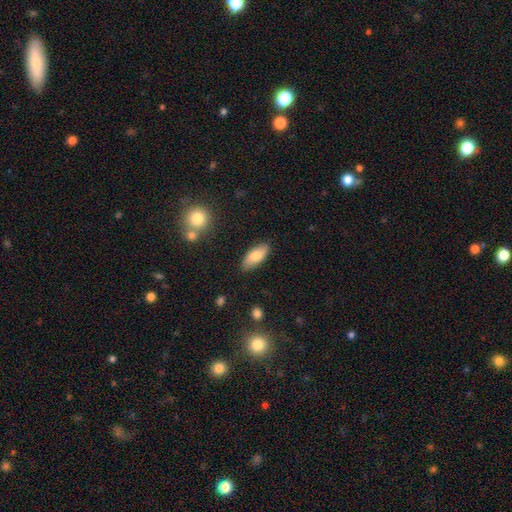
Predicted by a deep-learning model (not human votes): smooth 78%, featured or disk 16%, star or artifact 6%. Down the decision tree: how rounded — in between (84%); merging — none (86%).